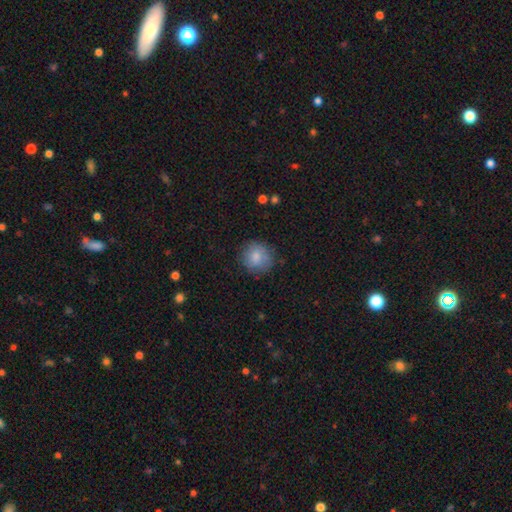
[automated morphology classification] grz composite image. It shows a smooth galaxy with no disk features (79%) that is round (89%). Merging: none (82%).